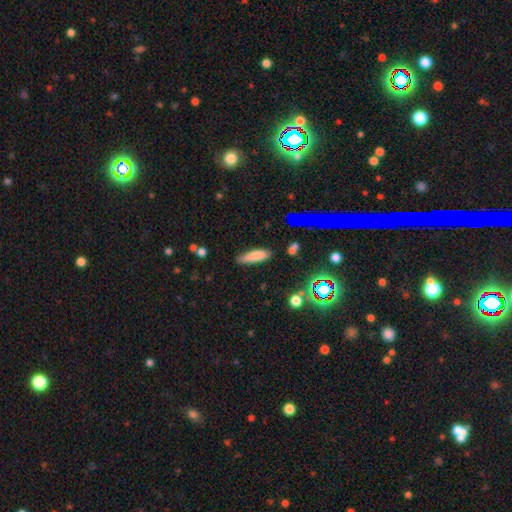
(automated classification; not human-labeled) This is likely a smooth galaxy (80%). How rounded: possibly cigar-shaped (51%). Merging: clearly none (80%).